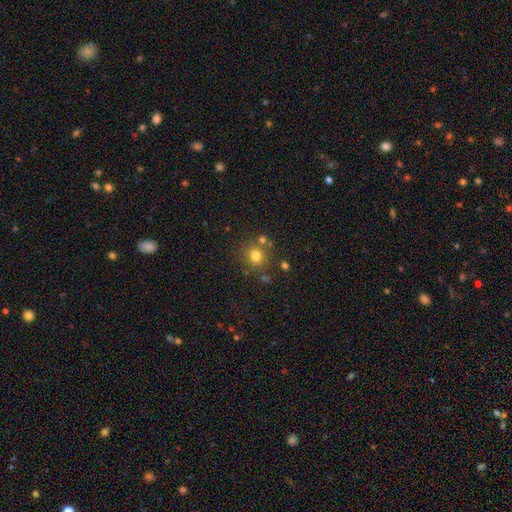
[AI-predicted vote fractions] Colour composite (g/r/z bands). It shows a smooth galaxy with no disk features (76%) that is round (87%). Merging: none (75%).